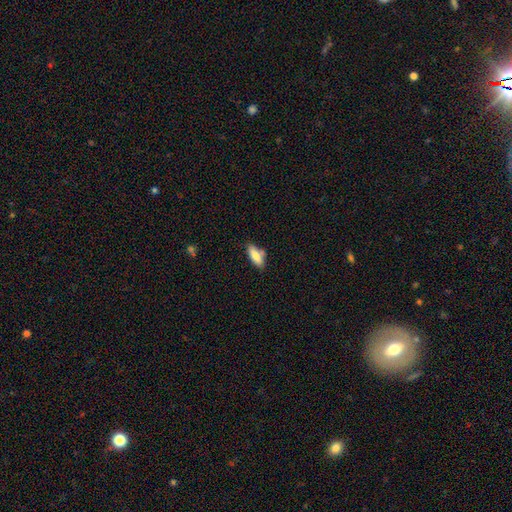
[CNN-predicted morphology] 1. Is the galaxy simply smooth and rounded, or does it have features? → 79% smooth, 14% featured or disk, 7% star or artifact.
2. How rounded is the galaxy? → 71% in between, 27% cigar-shaped, 2% round.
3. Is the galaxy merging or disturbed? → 69% none, 17% minor disturbance, 11% merger, 3% major disturbance.